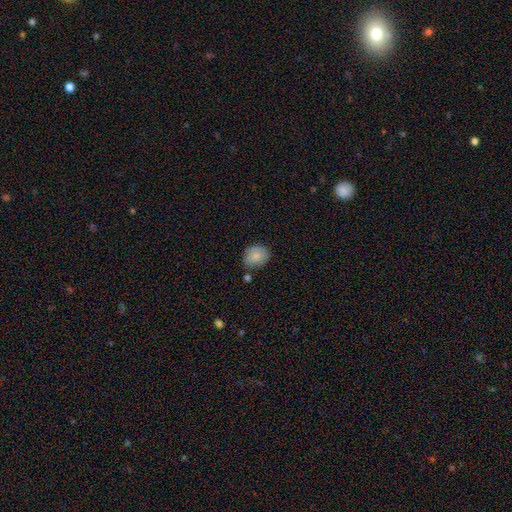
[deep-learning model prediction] Smooth or featured?
  - smooth: 81% *
  - featured or disk: 11%
  - star or artifact: 8%
How rounded?
  - round: 54% *
  - in between: 44%
  - cigar-shaped: 1%
Merging?
  - none: 68% *
  - minor disturbance: 21%
  - merger: 6%
  - major disturbance: 5%